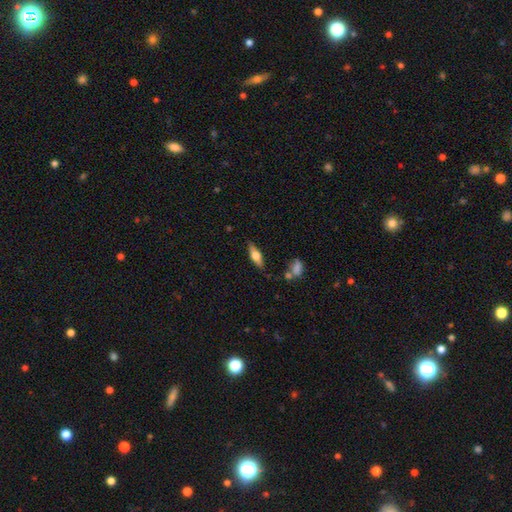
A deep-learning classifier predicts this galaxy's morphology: smooth-or-featured: smooth: 48% | featured or disk: 45% | star or artifact: 7%
  merging: none: 82% | minor disturbance: 13% | major disturbance: 3% | merger: 3%